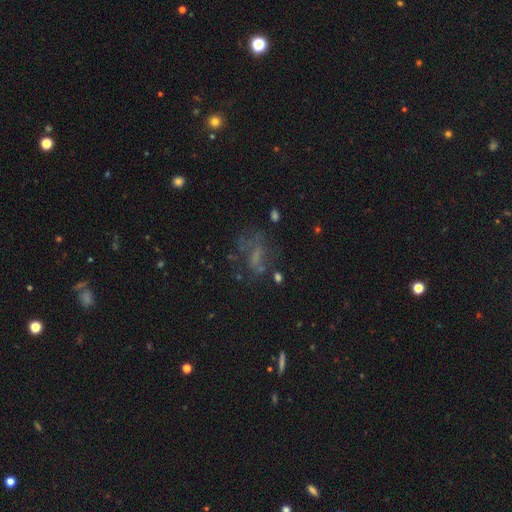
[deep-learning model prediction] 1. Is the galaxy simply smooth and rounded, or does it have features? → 41% featured or disk, 30% star or artifact, 29% smooth.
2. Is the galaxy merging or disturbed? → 45% none, 29% major disturbance, 18% minor disturbance, 7% merger.